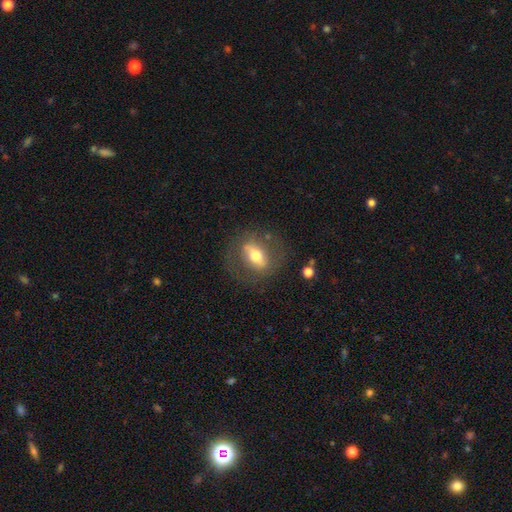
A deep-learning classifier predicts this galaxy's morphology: This appears to be a featured or disk galaxy (54%). Merging: none (71%).